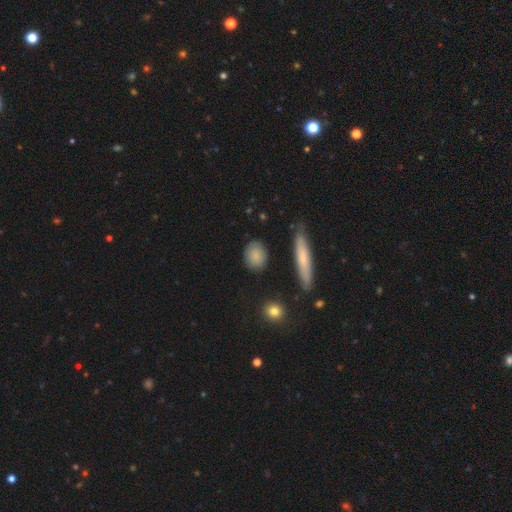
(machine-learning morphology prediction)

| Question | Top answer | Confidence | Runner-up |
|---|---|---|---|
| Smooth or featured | smooth | 84% | featured or disk (8%) |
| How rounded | round | 50% | in between (44%) |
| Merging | none | 84% | minor disturbance (11%) |